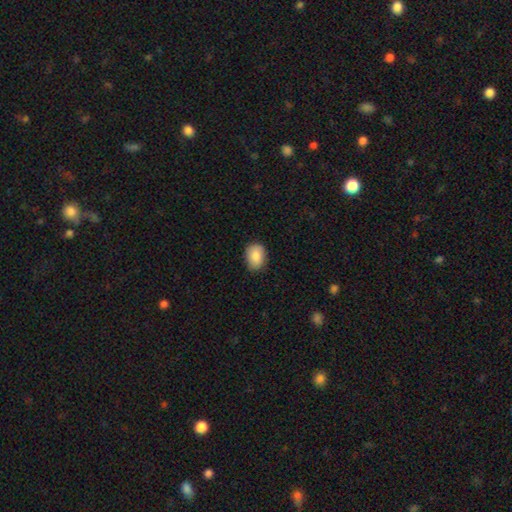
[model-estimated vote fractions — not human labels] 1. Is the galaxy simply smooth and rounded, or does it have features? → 87% smooth, 7% star or artifact, 6% featured or disk.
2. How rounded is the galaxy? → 73% in between, 26% round, 1% cigar-shaped.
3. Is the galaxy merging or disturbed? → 82% none, 15% minor disturbance, 2% major disturbance, 1% merger.